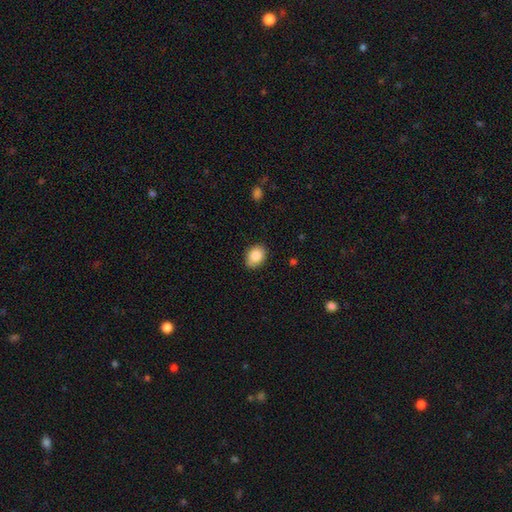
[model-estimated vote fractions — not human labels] The model was most divided on "how rounded": in between: 70%, round: 29%, cigar-shaped: 1%. More confident: smooth or featured — smooth (86%); merging — none (83%).